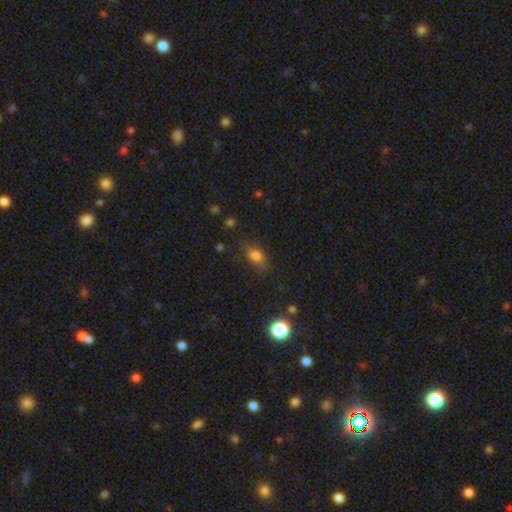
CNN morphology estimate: smooth_or_featured: smooth (p=0.77) [alt: star or artifact p=0.14]
how_rounded: in between (p=0.74) [alt: round p=0.23]
merging: none (p=0.74) [alt: minor disturbance p=0.18]